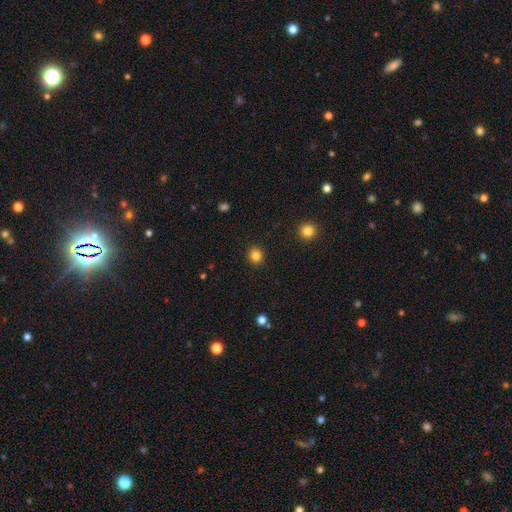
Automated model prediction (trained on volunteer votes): Smooth or featured? Predicted: smooth (p=0.83). How rounded? Predicted: round (p=0.84). Merging? Predicted: none (p=0.91).